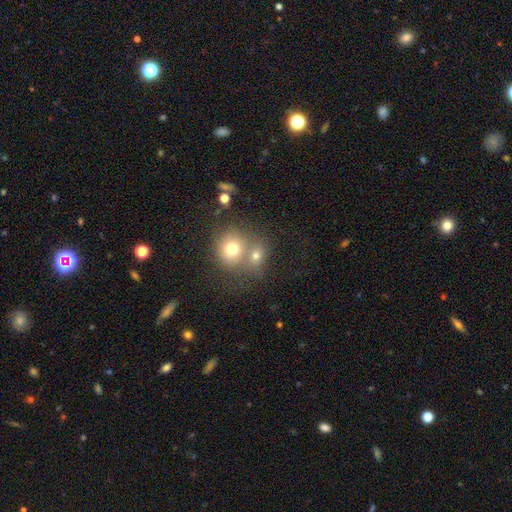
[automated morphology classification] This appears to be a smooth galaxy with no disk features (72%) that is round (73%). Merging: merger (50%).